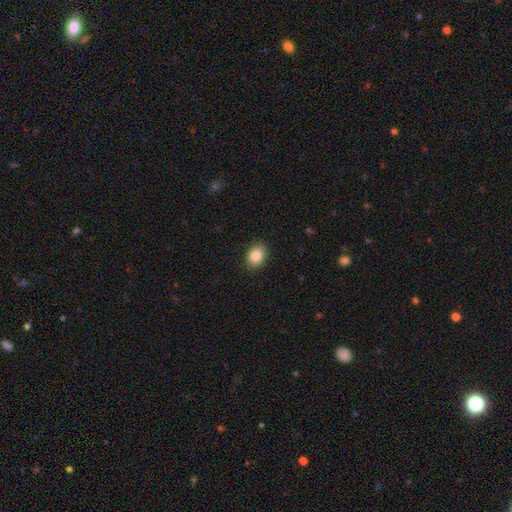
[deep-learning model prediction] This is clearly a smooth galaxy (85%). How rounded: likely in between (68%). Merging: clearly none (88%).